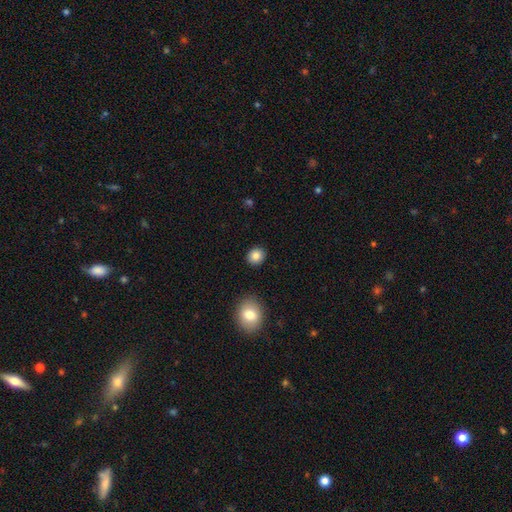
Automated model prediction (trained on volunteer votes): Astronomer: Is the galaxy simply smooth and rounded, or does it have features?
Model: smooth — 85%.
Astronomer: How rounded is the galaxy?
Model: round — 81%.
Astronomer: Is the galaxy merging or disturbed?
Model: none — 90%.